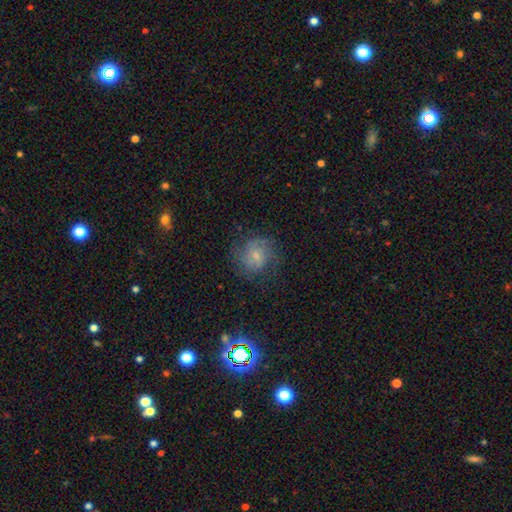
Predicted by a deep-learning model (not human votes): A smooth galaxy with no disk features (45%, tied with featured or disk).

Vote fractions:
- Smooth or featured? smooth: 45% (tied) / featured or disk: 45% (tied) / star or artifact: 11%
- Merging? none: 64% / minor disturbance: 20% / major disturbance: 14% / merger: 2%